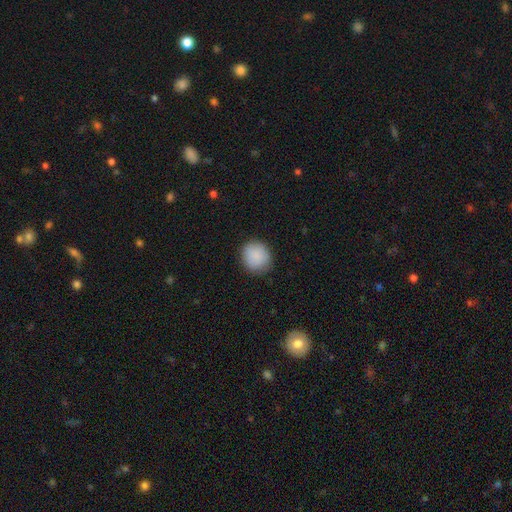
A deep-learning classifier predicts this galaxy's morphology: Smooth or featured?
  - smooth: 88% *
  - star or artifact: 7%
  - featured or disk: 5%
How rounded?
  - round: 85% *
  - in between: 14%
  - cigar-shaped: 1%
Merging?
  - none: 86% *
  - minor disturbance: 11%
  - major disturbance: 3%
  - merger: 1%